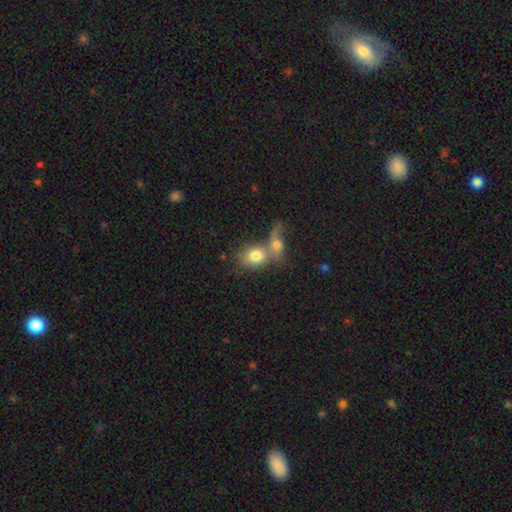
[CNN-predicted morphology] Smooth or featured: smooth — 77% (featured or disk — 15%)
How rounded: in between — 51% (round — 47%)
Merging: merger — 64% (none — 22%)